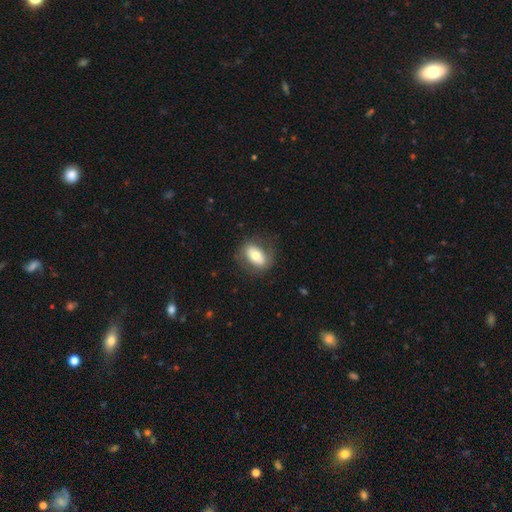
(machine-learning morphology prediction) smooth_or_featured: smooth (p=0.65) [alt: featured or disk p=0.28]
how_rounded: in between (p=0.86) [alt: round p=0.11]
merging: none (p=0.75) [alt: minor disturbance p=0.16]